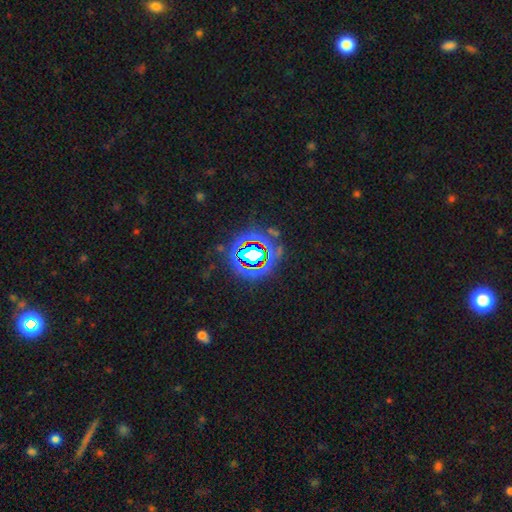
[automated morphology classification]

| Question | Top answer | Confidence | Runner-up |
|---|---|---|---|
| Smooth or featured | star or artifact | 74% | smooth (13%) |